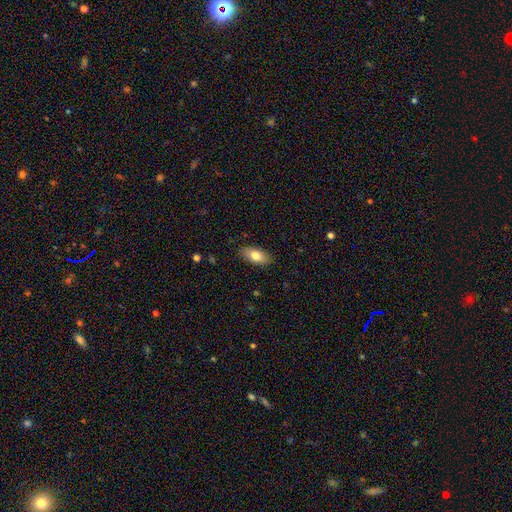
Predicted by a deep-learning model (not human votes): The model was most divided on "smooth or featured": smooth: 80%, featured or disk: 14%, star or artifact: 7%. More confident: how rounded — in between (89%); merging — none (88%).